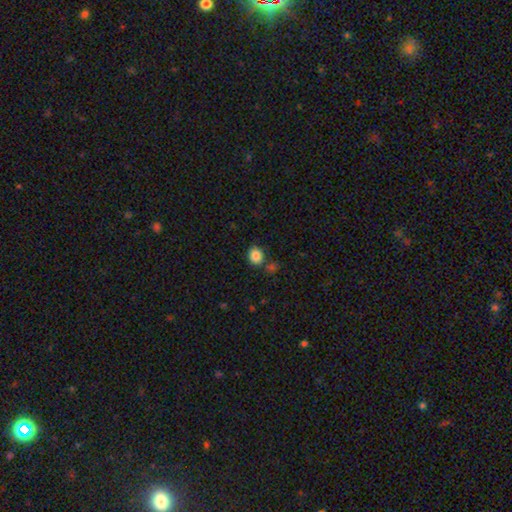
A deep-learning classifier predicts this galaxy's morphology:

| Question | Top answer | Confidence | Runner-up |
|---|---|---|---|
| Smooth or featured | smooth | 86% | star or artifact (9%) |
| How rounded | round | 57% | in between (42%) |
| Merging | none | 73% | merger (12%) |